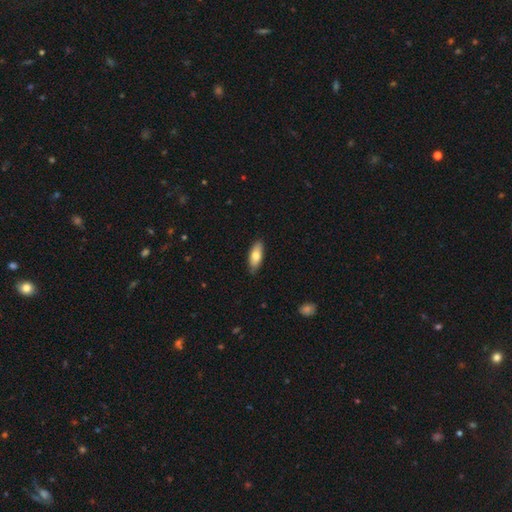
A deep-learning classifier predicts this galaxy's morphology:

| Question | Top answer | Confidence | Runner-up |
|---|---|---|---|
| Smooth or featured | smooth | 74% | featured or disk (20%) |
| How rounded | in between | 75% | cigar-shaped (22%) |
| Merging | none | 84% | minor disturbance (13%) |